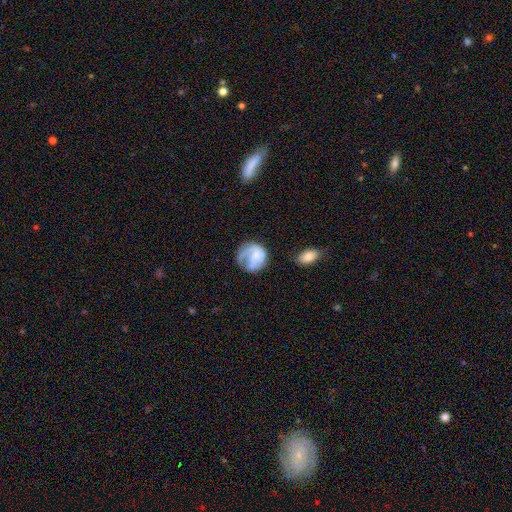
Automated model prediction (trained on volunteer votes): Smooth or featured? featured or disk (49%)
Merging? none (45%)